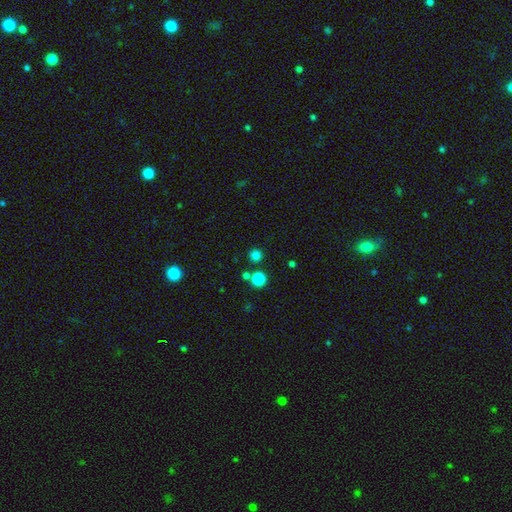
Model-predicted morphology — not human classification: smooth-or-featured: smooth: 79% | star or artifact: 17% | featured or disk: 4%
  how-rounded: round: 94% | in between: 5% | cigar-shaped: 1%
  merging: none: 82% | merger: 10% | minor disturbance: 6% | major disturbance: 2%